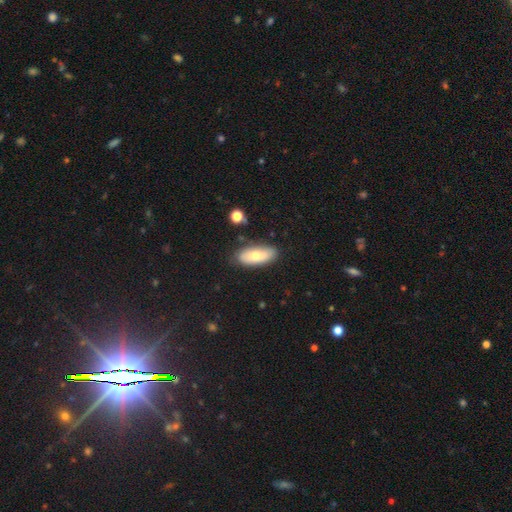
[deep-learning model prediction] Smooth or featured?
  - smooth: 69% *
  - featured or disk: 24%
  - star or artifact: 7%
How rounded?
  - in between: 85% *
  - cigar-shaped: 12%
  - round: 2%
Merging?
  - none: 78% *
  - minor disturbance: 16%
  - major disturbance: 3%
  - merger: 3%